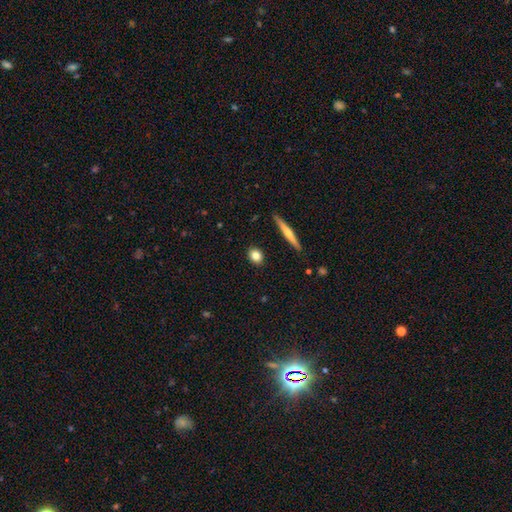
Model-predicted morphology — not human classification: smooth_or_featured: smooth (p=0.79) [alt: featured or disk p=0.13]
how_rounded: round (p=0.62) [alt: in between p=0.32]
merging: none (p=0.90) [alt: minor disturbance p=0.07]